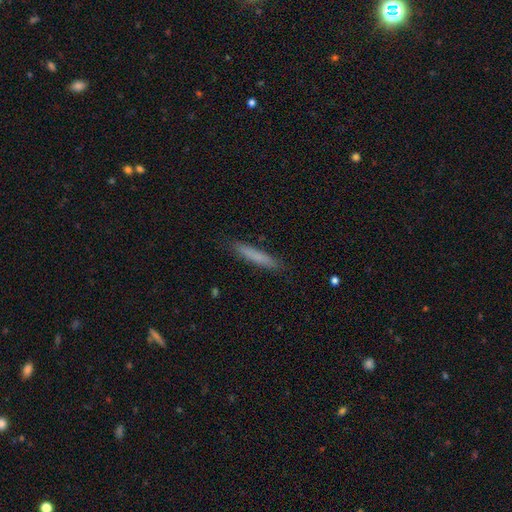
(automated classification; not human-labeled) smooth 76%, featured or disk 17%, star or artifact 7%. Down the decision tree: how rounded — cigar-shaped (93%); merging — none (88%).